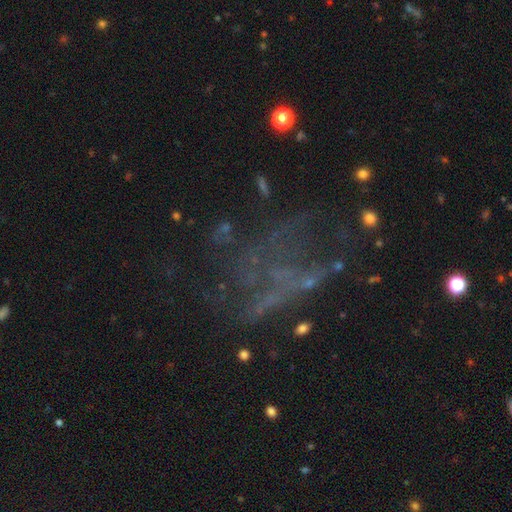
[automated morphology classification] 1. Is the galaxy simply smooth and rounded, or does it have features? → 49% featured or disk, 35% star or artifact, 16% smooth.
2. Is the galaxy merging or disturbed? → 45% none, 35% major disturbance, 14% minor disturbance, 6% merger.